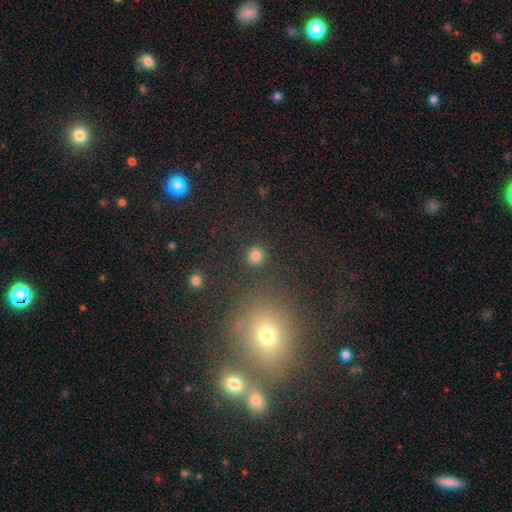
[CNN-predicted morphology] smooth-or-featured: smooth: 81% | star or artifact: 14% | featured or disk: 5%
  how-rounded: round: 92% | in between: 7% | cigar-shaped: 1%
  merging: none: 89% | minor disturbance: 6% | major disturbance: 3% | merger: 2%